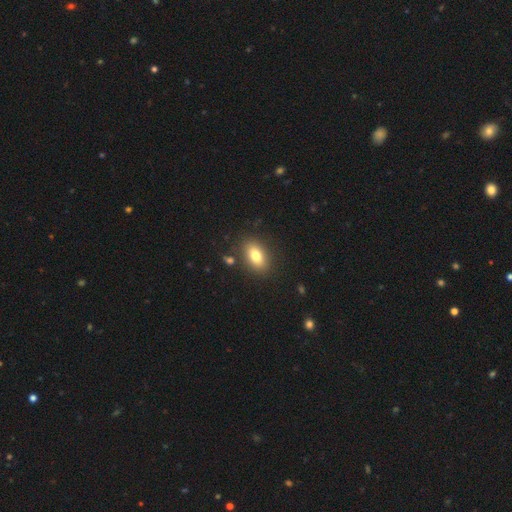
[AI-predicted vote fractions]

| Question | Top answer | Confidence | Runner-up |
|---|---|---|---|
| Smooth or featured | smooth | 79% | featured or disk (12%) |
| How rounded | in between | 87% | round (9%) |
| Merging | none | 84% | minor disturbance (9%) |